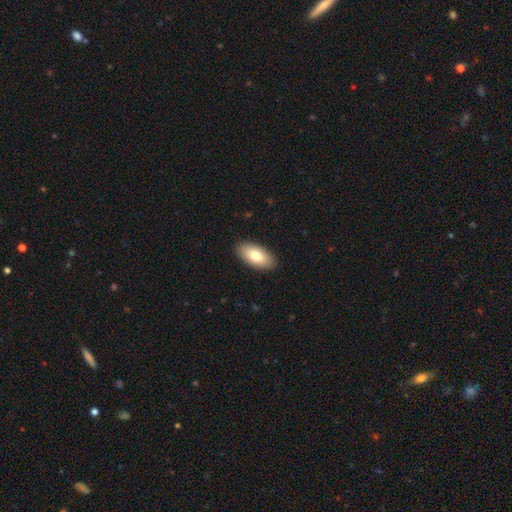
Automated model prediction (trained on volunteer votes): This appears to be a smooth galaxy with no disk features (78%) that is in between round and cigar-shaped (94%). Merging: none (90%).